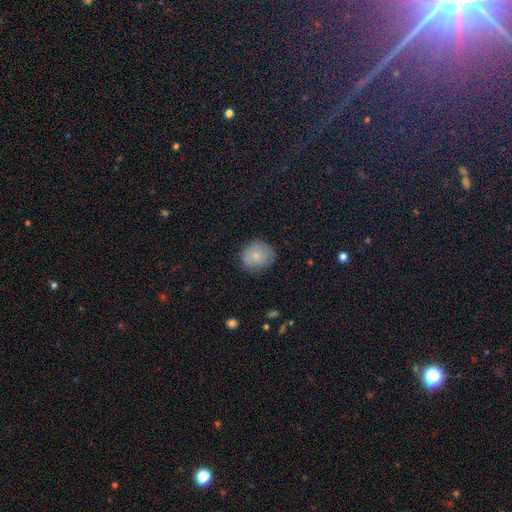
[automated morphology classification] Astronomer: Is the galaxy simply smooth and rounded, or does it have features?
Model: smooth — 77%.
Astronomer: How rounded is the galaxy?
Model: round — 78%.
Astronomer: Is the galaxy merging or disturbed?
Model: none — 74%.